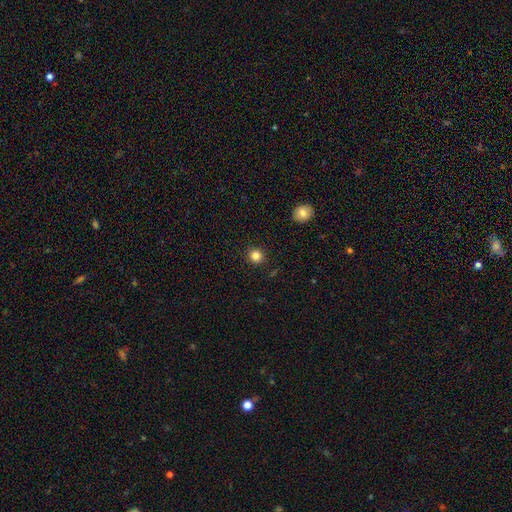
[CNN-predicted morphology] Smooth or featured? Predicted: smooth (p=0.84). How rounded? Predicted: round (p=0.93). Merging? Predicted: none (p=0.92).